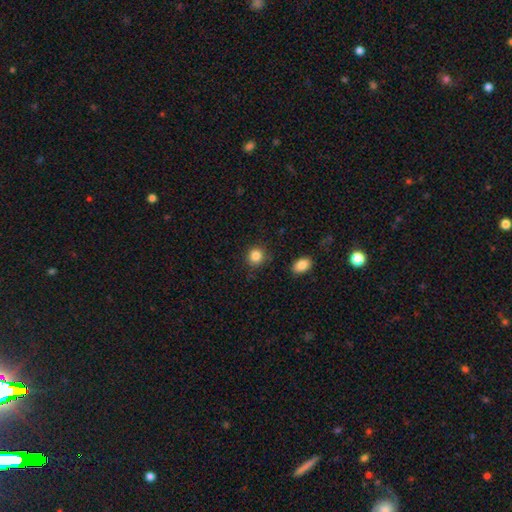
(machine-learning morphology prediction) This is clearly a smooth galaxy (85%). How rounded: clearly round (86%). Merging: clearly none (86%).